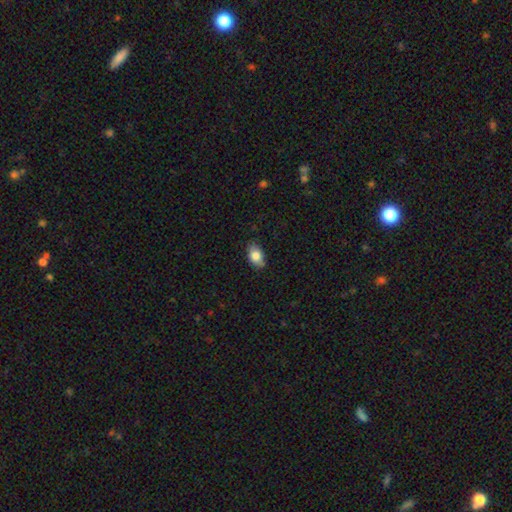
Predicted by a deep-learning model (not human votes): smooth 81%, featured or disk 11%, star or artifact 8%. Down the decision tree: how rounded — in between (88%); merging — none (79%).